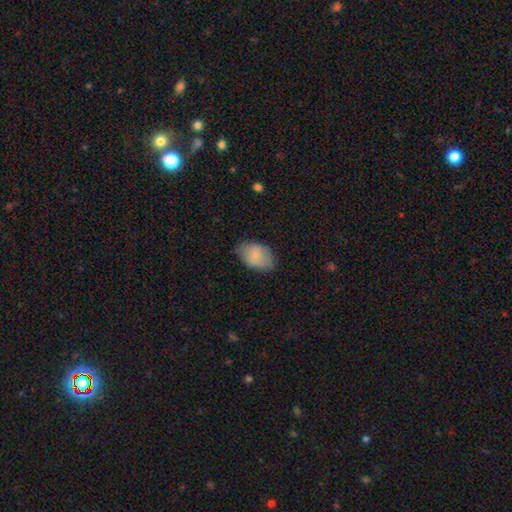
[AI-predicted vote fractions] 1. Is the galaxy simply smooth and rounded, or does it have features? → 79% smooth, 14% featured or disk, 7% star or artifact.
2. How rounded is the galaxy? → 88% in between, 10% round, 1% cigar-shaped.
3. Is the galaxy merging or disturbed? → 74% none, 21% minor disturbance, 4% major disturbance, 1% merger.